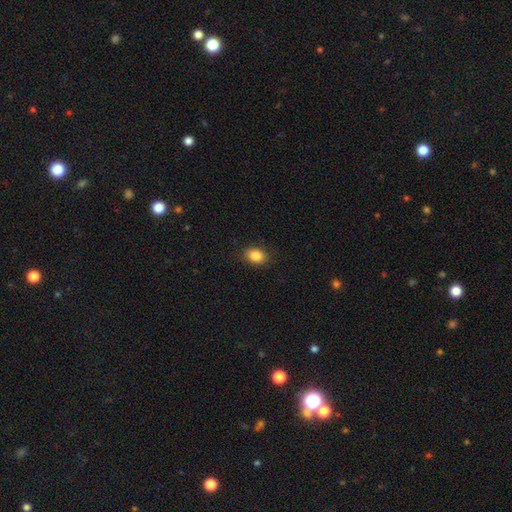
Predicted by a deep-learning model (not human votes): smooth_or_featured: smooth (p=0.86) [alt: star or artifact p=0.09]
how_rounded: in between (p=0.63) [alt: round p=0.36]
merging: none (p=0.88) [alt: minor disturbance p=0.09]